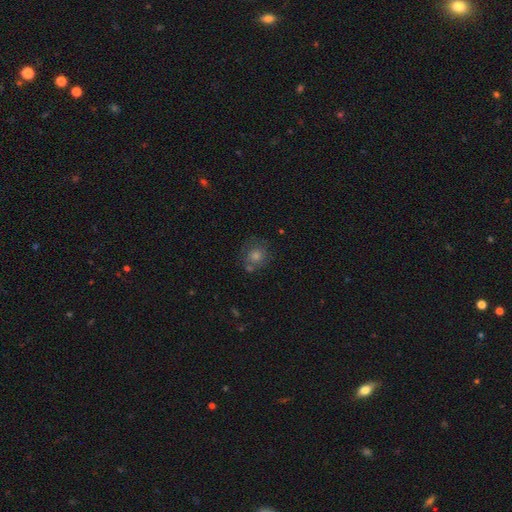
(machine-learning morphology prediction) smooth_or_featured: smooth (p=0.58) [alt: star or artifact p=0.21]
how_rounded: round (p=0.86) [alt: in between p=0.13]
merging: none (p=0.71) [alt: minor disturbance p=0.14]